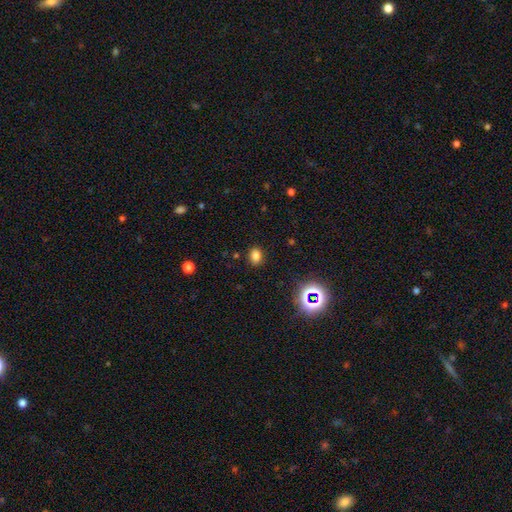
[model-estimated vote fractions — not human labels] smooth_or_featured: smooth (p=0.77) [alt: star or artifact p=0.18]
how_rounded: in between (p=0.61) [alt: round p=0.38]
merging: none (p=0.87) [alt: minor disturbance p=0.09]